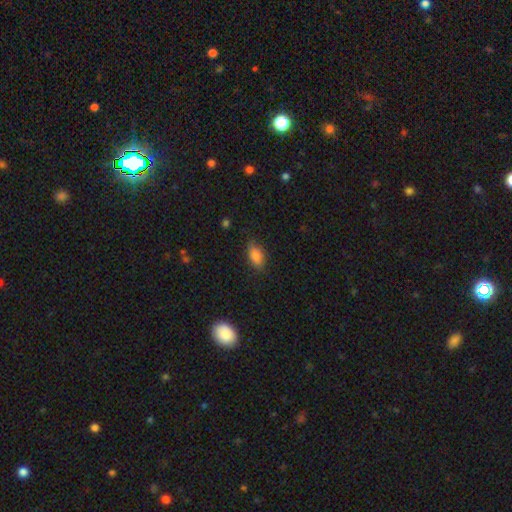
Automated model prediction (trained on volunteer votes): Smooth or featured: smooth — 81% (featured or disk — 10%)
How rounded: in between — 88% (round — 6%)
Merging: none — 79% (minor disturbance — 17%)